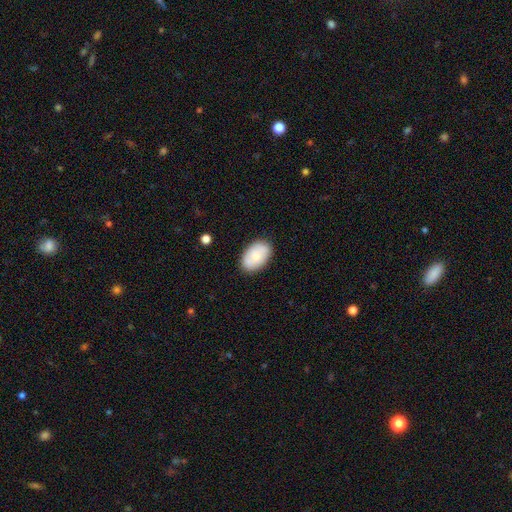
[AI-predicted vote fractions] smooth_or_featured: smooth (p=0.78) [alt: featured or disk p=0.16]
how_rounded: in between (p=0.91) [alt: round p=0.07]
merging: none (p=0.85) [alt: minor disturbance p=0.11]